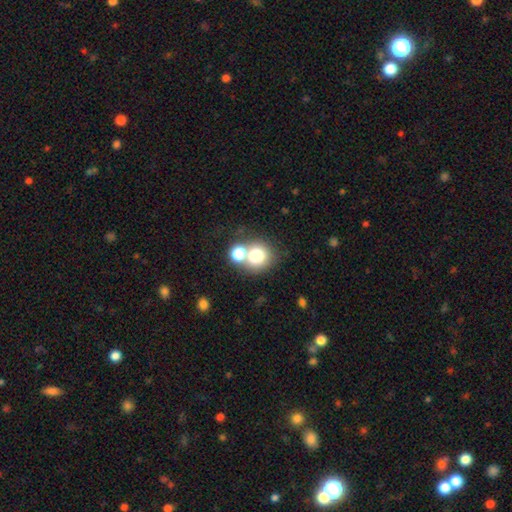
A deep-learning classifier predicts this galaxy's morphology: This is likely a smooth galaxy (75%). How rounded: clearly round (83%). Merging: possibly none (50%).